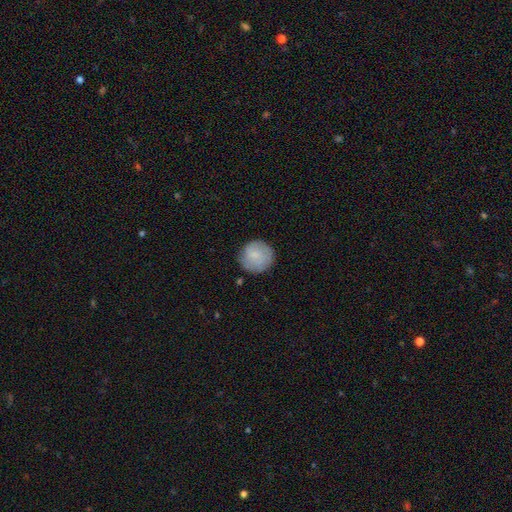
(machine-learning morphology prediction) A smooth galaxy with no disk features (73%) that is round (90%).

Vote fractions:
- Smooth or featured? smooth: 73% / featured or disk: 21% / star or artifact: 6%
- How rounded? round: 90% / in between: 9% / cigar-shaped: 1%
- Merging? none: 80% / minor disturbance: 15% / major disturbance: 4% / merger: 1%